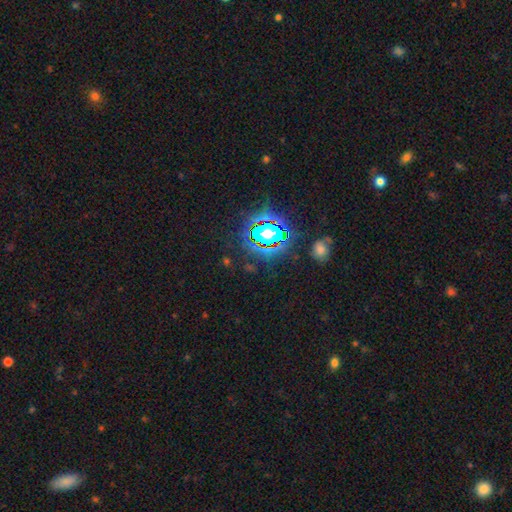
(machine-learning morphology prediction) type=star or artifact (81%).